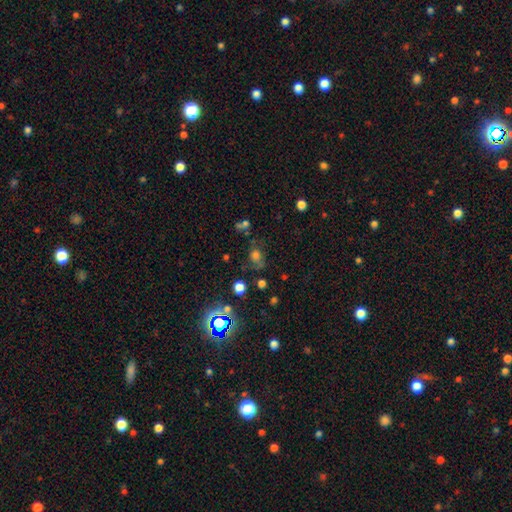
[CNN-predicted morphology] smooth_or_featured: smooth (p=0.48) [alt: star or artifact p=0.33]
merging: none (p=0.55) [alt: minor disturbance p=0.21]